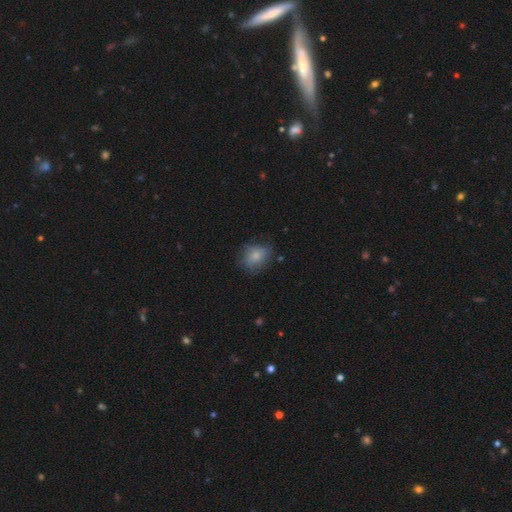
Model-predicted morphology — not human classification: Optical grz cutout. It shows a smooth galaxy with no disk features (74%) that is round (58%). Merging: none (62%).